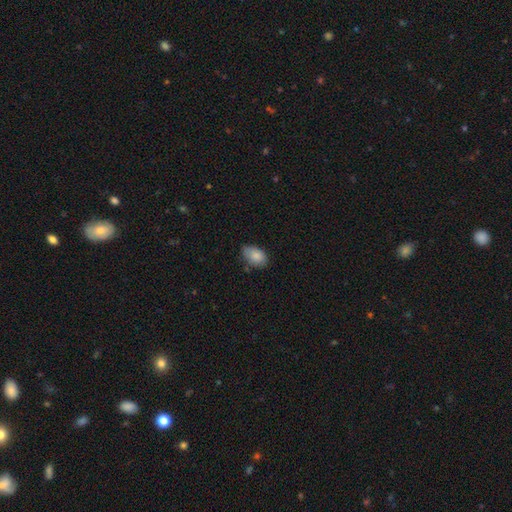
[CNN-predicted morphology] The model was most divided on "merging": none: 63%, minor disturbance: 30%, major disturbance: 5%, merger: 3%. More confident: how rounded — in between (88%); smooth or featured — smooth (85%).